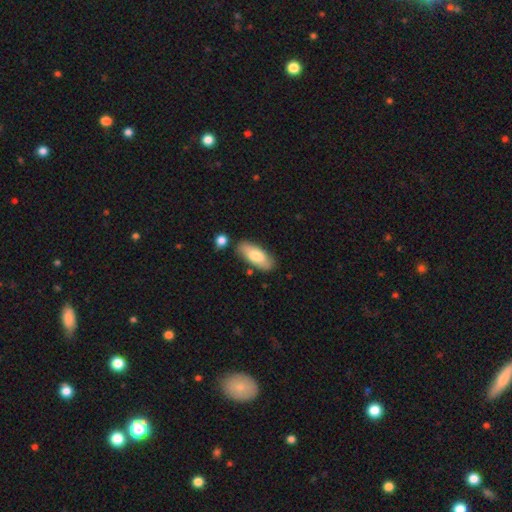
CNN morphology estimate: Q: Smooth or featured?
A: smooth (73%); runner-up: featured or disk (21%)
Q: How rounded?
A: in between (80%); runner-up: cigar-shaped (17%)
Q: Merging?
A: none (77%); runner-up: minor disturbance (14%)